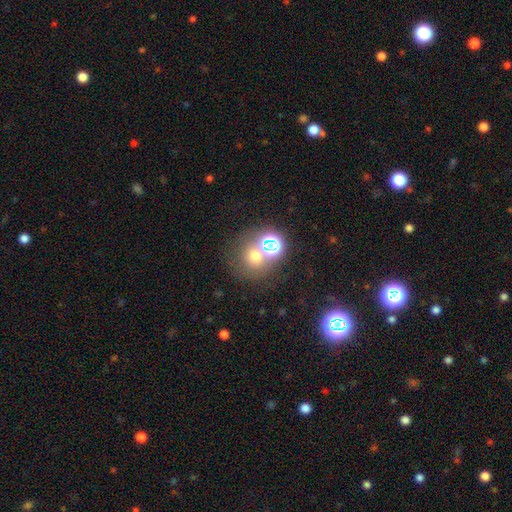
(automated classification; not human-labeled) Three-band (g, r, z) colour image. It shows a smooth galaxy with no disk features (59%) that is round (85%). Merging: none (56%).